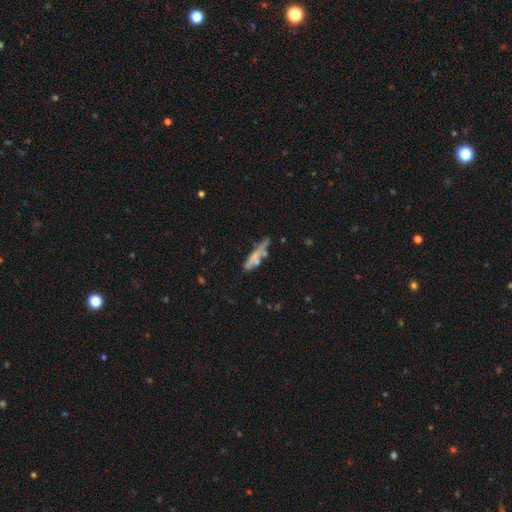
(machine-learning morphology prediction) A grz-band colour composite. It shows a smooth galaxy with no disk features (56%) that is cigar-shaped (83%). Merging: none (54%).